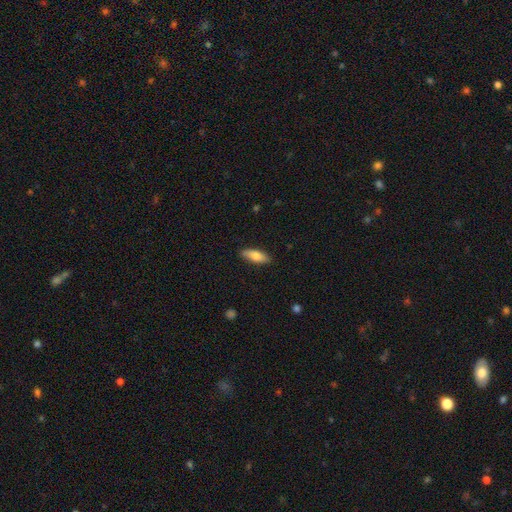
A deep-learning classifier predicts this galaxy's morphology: This appears to be a smooth galaxy with no disk features (74%) that is in between round and cigar-shaped (60%). Merging: none (88%).